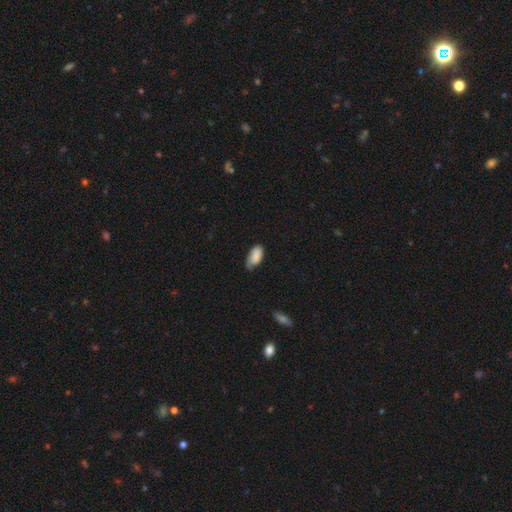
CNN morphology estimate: Overall: smooth (84%). How rounded: in between (93%). Merging: none (49%; minor disturbance 40%).